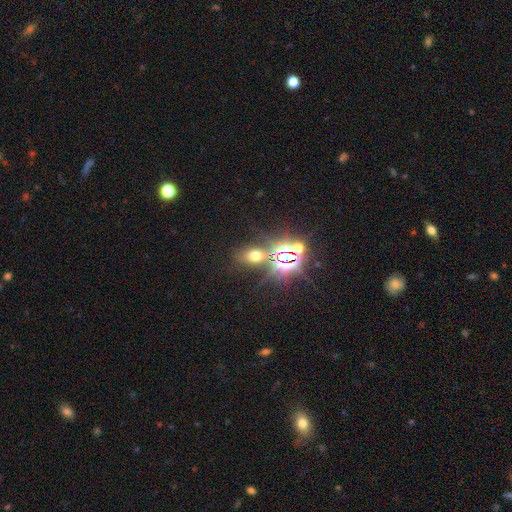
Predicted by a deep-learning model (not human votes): Smooth or featured: star or artifact — 45% (smooth — 43%)